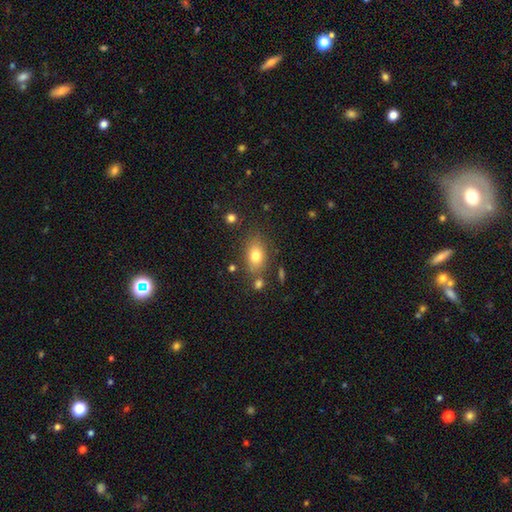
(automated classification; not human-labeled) The model was most divided on "how rounded": in between: 77%, round: 20%, cigar-shaped: 3%. More confident: smooth or featured — smooth (78%); merging — none (74%).